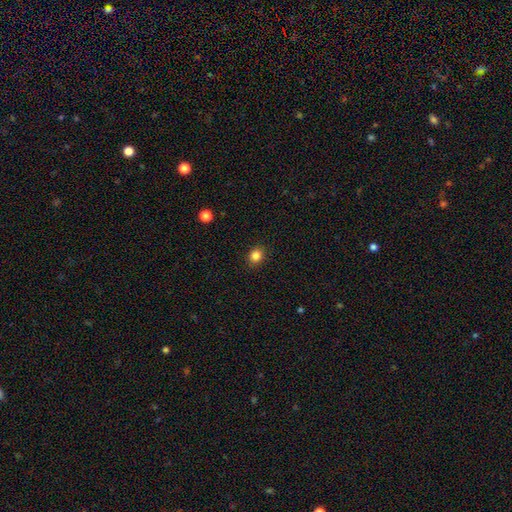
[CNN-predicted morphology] A smooth galaxy with no disk features (84%) that is round (73%). Merging: none (90%).